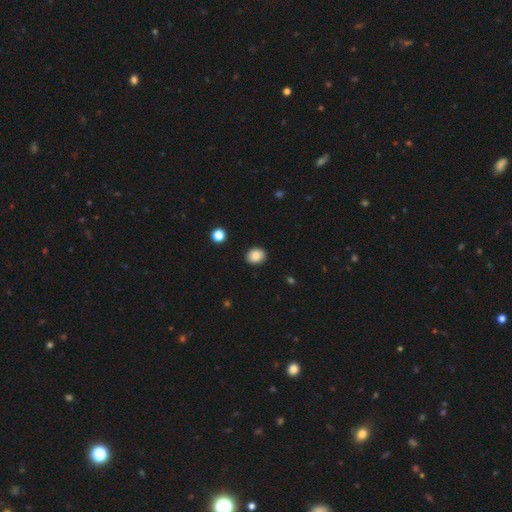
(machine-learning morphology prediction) smooth 85%, star or artifact 9%, featured or disk 6%. Down the decision tree: how rounded — round (58%); merging — none (86%).